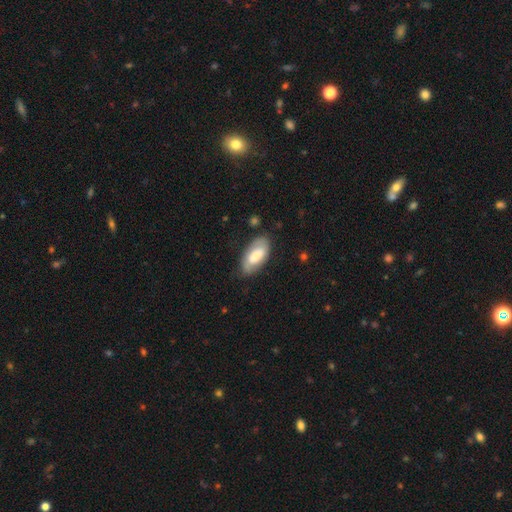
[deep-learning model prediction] Overall: smooth (60%; featured or disk 35%). How rounded: in between (92%). Merging: none (73%).